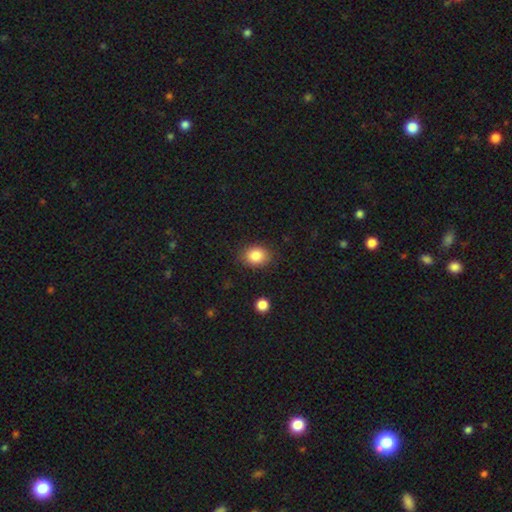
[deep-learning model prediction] This is clearly a smooth galaxy (85%). How rounded: possibly in between (54%). Merging: clearly none (85%).